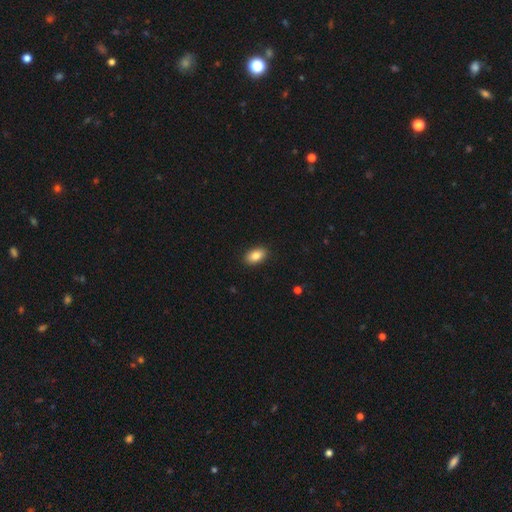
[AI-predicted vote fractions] Smooth or featured? smooth (86%)
How rounded? in between (91%)
Merging? none (90%)